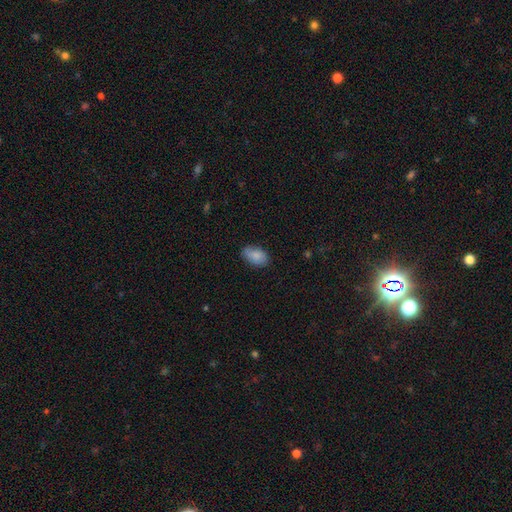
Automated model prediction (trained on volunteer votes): Smooth or featured?
  - smooth: 85% *
  - featured or disk: 8%
  - star or artifact: 7%
How rounded?
  - in between: 91% *
  - round: 7%
  - cigar-shaped: 2%
Merging?
  - none: 75% *
  - minor disturbance: 20%
  - major disturbance: 3%
  - merger: 1%